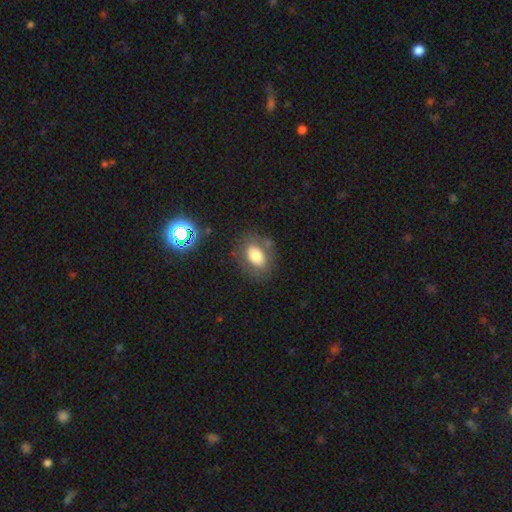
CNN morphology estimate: Smooth or featured? Predicted: smooth (p=0.72). How rounded? Predicted: in between (p=0.79). Merging? Predicted: none (p=0.75).